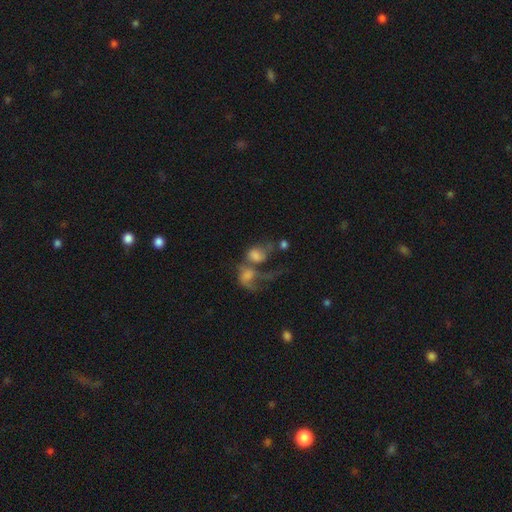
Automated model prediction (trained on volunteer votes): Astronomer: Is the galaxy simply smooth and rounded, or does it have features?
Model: smooth — 52% (runner-up: featured or disk, 35%).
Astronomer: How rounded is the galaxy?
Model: in between — 65%.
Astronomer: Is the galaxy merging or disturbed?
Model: merger — 64%.